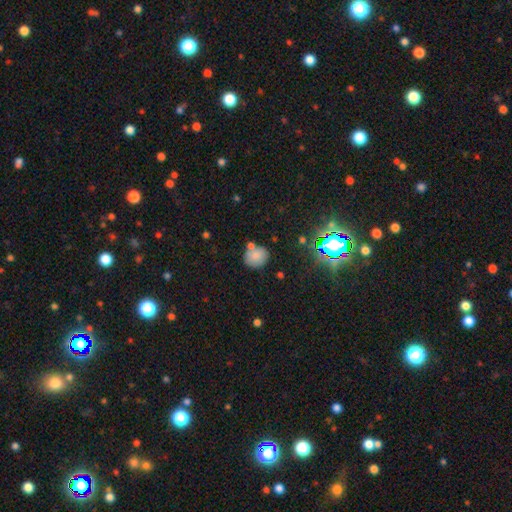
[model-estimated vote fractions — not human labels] Morphology: type=smooth (76%); roundness=round (76%); merging=none (65%).